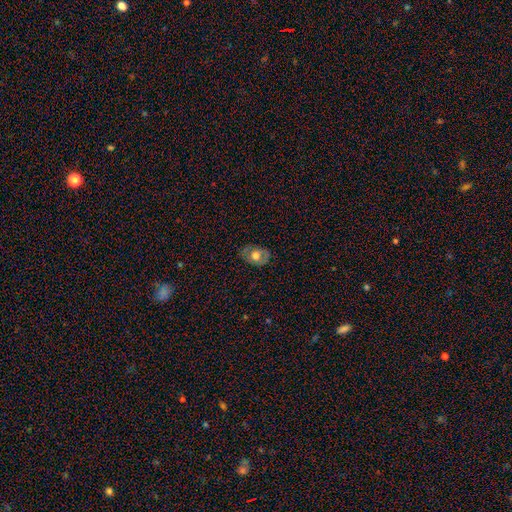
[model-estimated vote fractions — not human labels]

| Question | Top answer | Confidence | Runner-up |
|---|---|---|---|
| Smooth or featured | smooth | 56% | featured or disk (35%) |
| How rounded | in between | 73% | round (26%) |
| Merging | none | 76% | minor disturbance (18%) |